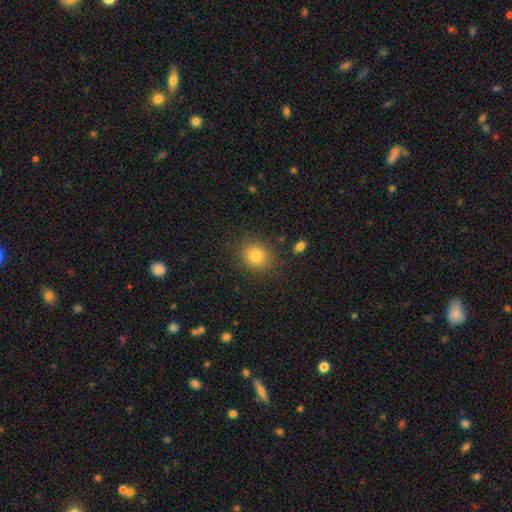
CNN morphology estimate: smooth-or-featured: smooth: 82% | star or artifact: 11% | featured or disk: 7%
  how-rounded: round: 79% | in between: 20% | cigar-shaped: 1%
  merging: none: 87% | minor disturbance: 9% | major disturbance: 3% | merger: 2%